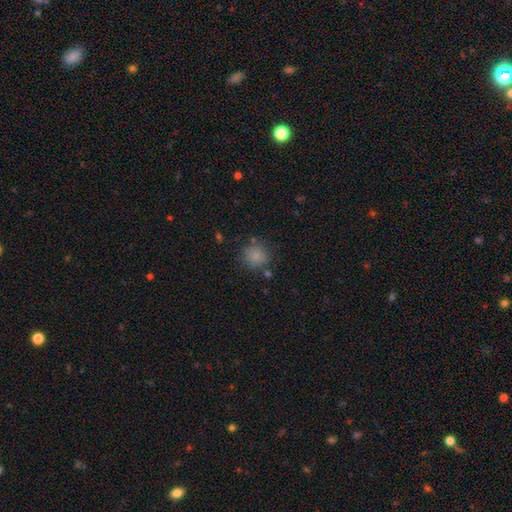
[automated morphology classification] smooth-or-featured: smooth: 82% | star or artifact: 12% | featured or disk: 6%
  how-rounded: round: 88% | in between: 11% | cigar-shaped: 1%
  merging: none: 77% | minor disturbance: 12% | merger: 6% | major disturbance: 4%